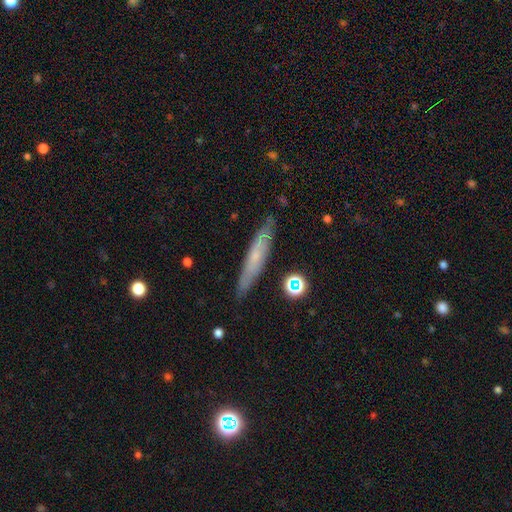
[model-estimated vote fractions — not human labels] Overall: featured or disk (49%; smooth 42%). Merging: none (83%).